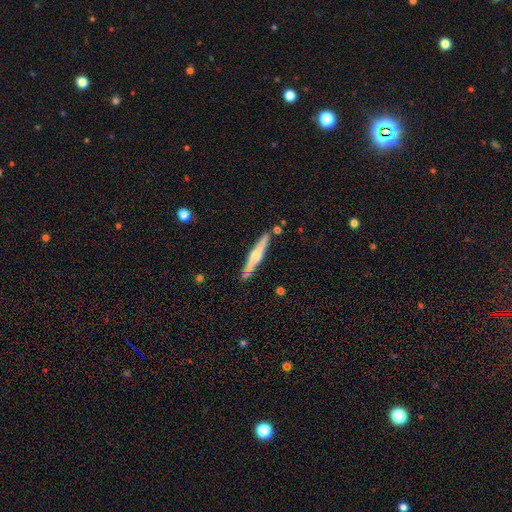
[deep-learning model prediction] smooth_or_featured: featured or disk (p=0.63) [alt: smooth p=0.32]
disk_edge_on: yes (p=0.98) [alt: no p=0.02]
edge_on_bulge: rounded (p=0.80) [alt: boxy p=0.11]
merging: none (p=0.86) [alt: minor disturbance p=0.09]